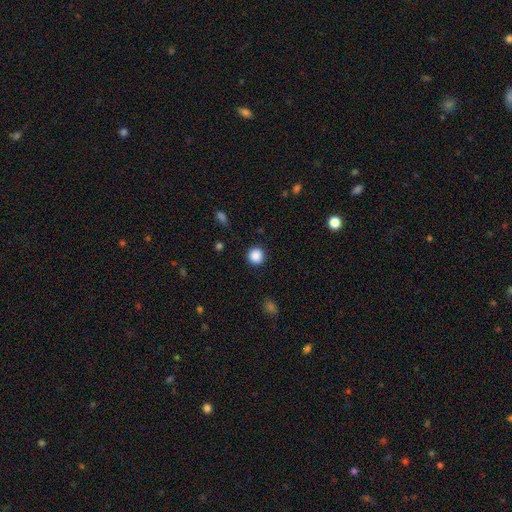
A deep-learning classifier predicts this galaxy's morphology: The model was most divided on "smooth or featured": smooth: 88%, star or artifact: 10%, featured or disk: 3%. More confident: how rounded — round (93%); merging — none (90%).